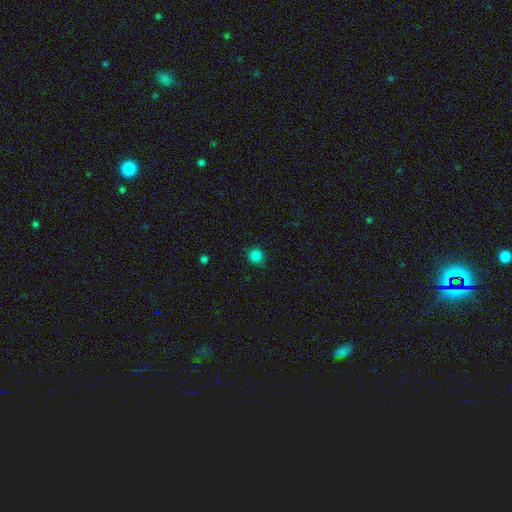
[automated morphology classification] Q: Smooth or featured?
A: smooth (84%); runner-up: star or artifact (13%)
Q: How rounded?
A: round (93%); runner-up: in between (6%)
Q: Merging?
A: none (86%); runner-up: minor disturbance (10%)